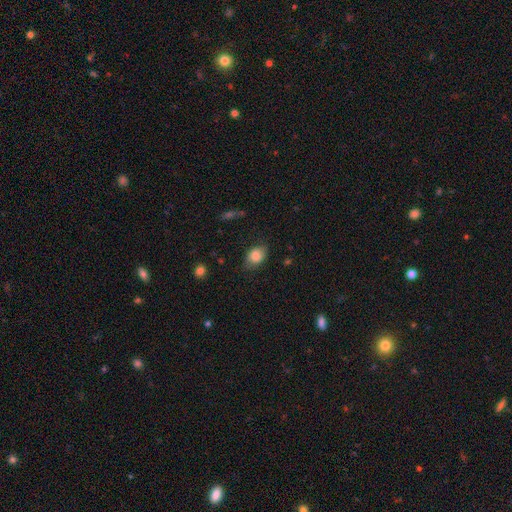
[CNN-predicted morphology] A smooth galaxy with no disk features (83%) that is in between round and cigar-shaped (77%). Merging: none (74%).